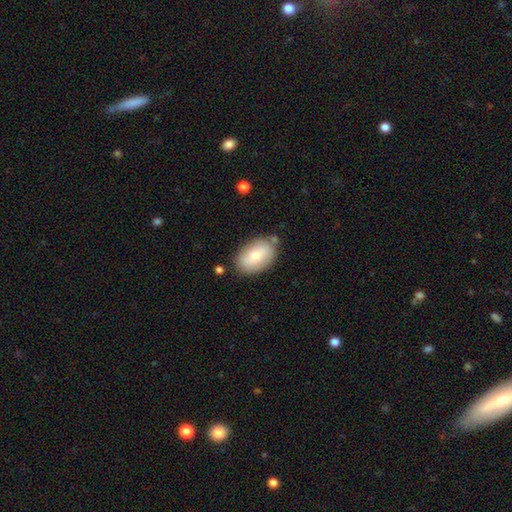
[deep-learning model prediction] This is likely a smooth galaxy (69%). How rounded: clearly in between (90%). Merging: likely none (78%).